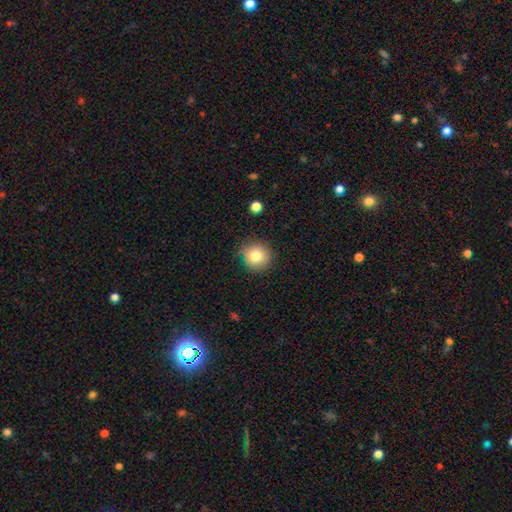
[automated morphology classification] Smooth or featured: smooth — 80% (star or artifact — 11%)
How rounded: round — 93% (in between — 6%)
Merging: none — 85% (minor disturbance — 11%)